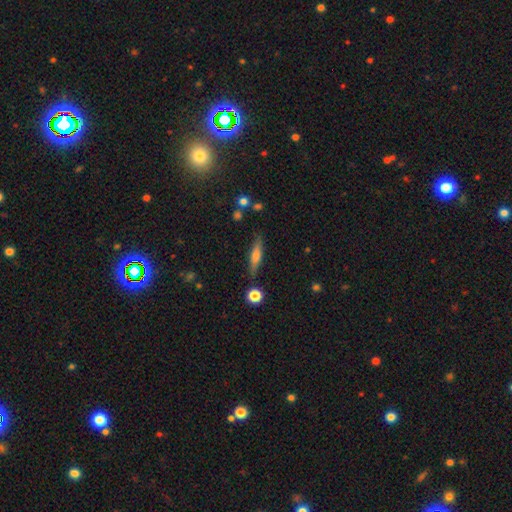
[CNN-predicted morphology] Smooth or featured? Predicted: smooth (p=0.53). How rounded? Predicted: cigar-shaped (p=0.76). Merging? Predicted: none (p=0.84).